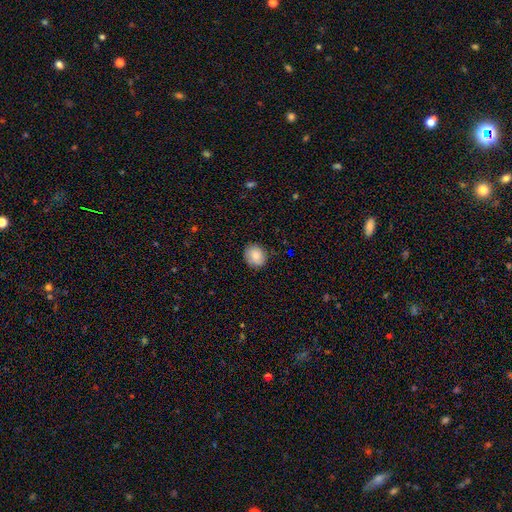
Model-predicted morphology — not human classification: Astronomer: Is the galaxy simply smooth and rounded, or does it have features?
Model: smooth — 82%.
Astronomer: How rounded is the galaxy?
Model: round — 80%.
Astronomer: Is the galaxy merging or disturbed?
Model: none — 84%.